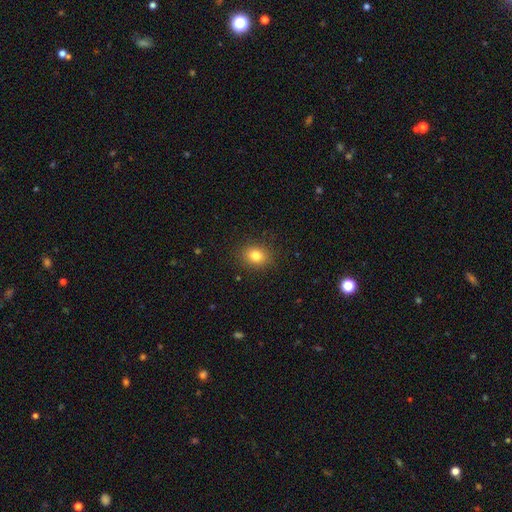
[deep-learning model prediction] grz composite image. It shows a smooth galaxy with no disk features (81%) that is round (61%). Merging: none (89%).